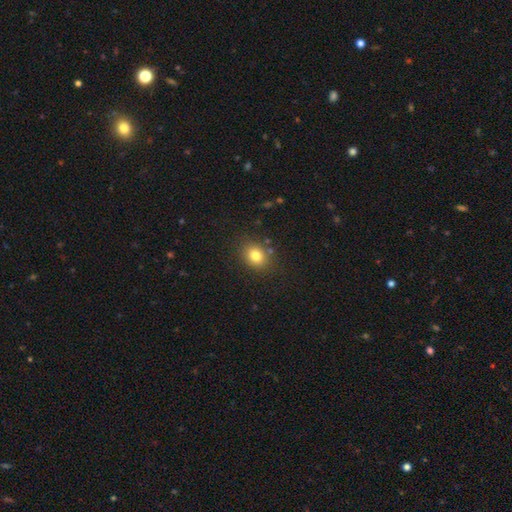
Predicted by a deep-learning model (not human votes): A smooth galaxy with no disk features (80%) that is round (53%).

Vote fractions:
- Smooth or featured? smooth: 80% / star or artifact: 12% / featured or disk: 8%
- How rounded? round: 53% / in between: 46% / cigar-shaped: 1%
- Merging? none: 83% / minor disturbance: 11% / major disturbance: 3% / merger: 3%